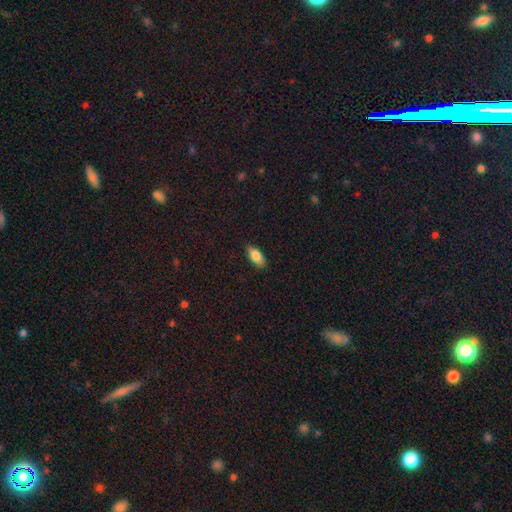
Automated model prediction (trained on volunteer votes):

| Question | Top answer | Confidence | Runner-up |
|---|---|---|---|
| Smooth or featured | smooth | 81% | featured or disk (12%) |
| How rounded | in between | 86% | cigar-shaped (11%) |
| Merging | none | 84% | minor disturbance (13%) |